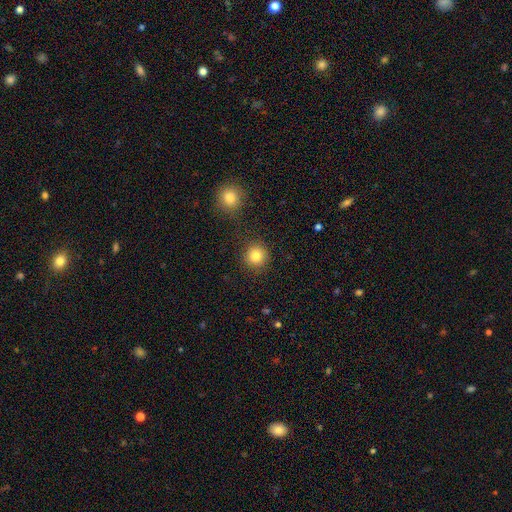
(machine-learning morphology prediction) Smooth or featured? Predicted: smooth (p=0.84). How rounded? Predicted: round (p=0.93). Merging? Predicted: none (p=0.86).